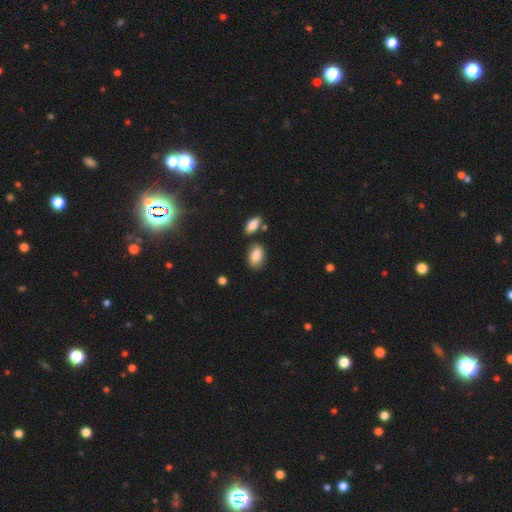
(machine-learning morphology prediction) Smooth or featured? smooth (84%)
How rounded? in between (89%)
Merging? none (73%)